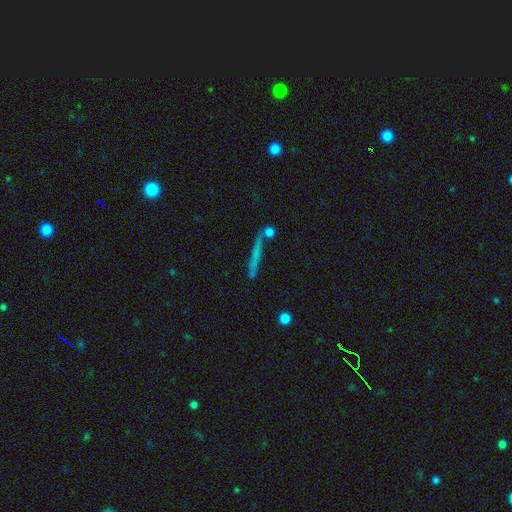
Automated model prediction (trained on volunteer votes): Morphology: type=smooth (50%); merging=none (75%).